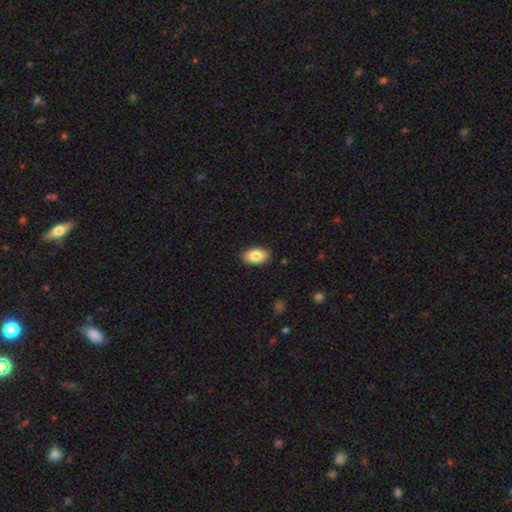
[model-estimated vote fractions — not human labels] Smooth or featured? Predicted: smooth (p=0.85). How rounded? Predicted: in between (p=0.93). Merging? Predicted: none (p=0.89).